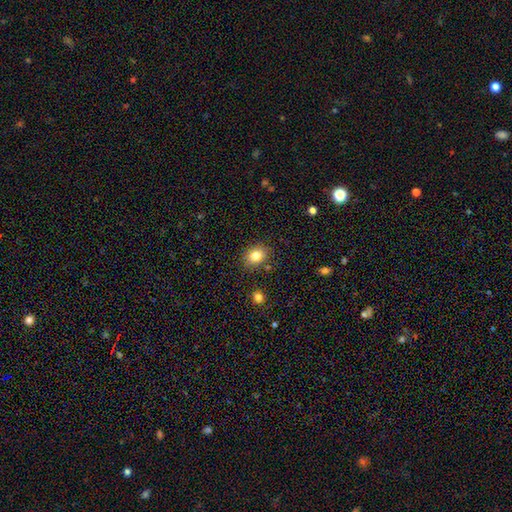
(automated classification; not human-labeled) smooth 82%, star or artifact 10%, featured or disk 8%. Down the decision tree: how rounded — round (53%); merging — none (84%).